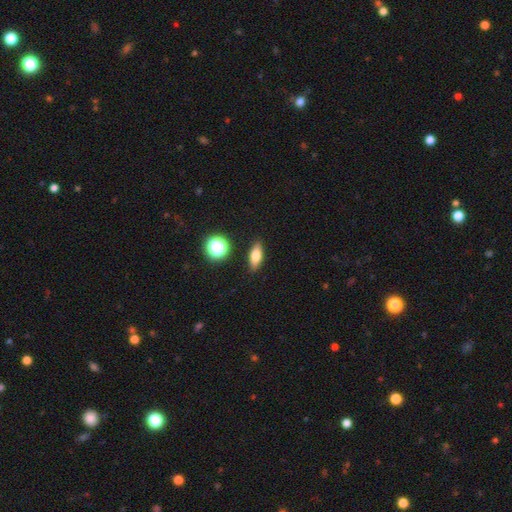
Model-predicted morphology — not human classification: Smooth or featured?
  - smooth: 71% *
  - featured or disk: 19%
  - star or artifact: 10%
How rounded?
  - in between: 67% *
  - cigar-shaped: 25%
  - round: 8%
Merging?
  - none: 89% *
  - minor disturbance: 8%
  - major disturbance: 2%
  - merger: 2%